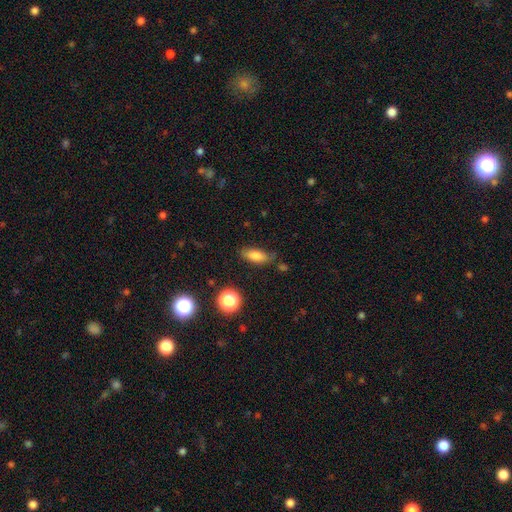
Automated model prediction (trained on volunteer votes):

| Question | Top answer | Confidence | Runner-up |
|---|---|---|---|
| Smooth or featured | smooth | 79% | featured or disk (11%) |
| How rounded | in between | 73% | cigar-shaped (22%) |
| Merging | none | 73% | minor disturbance (19%) |